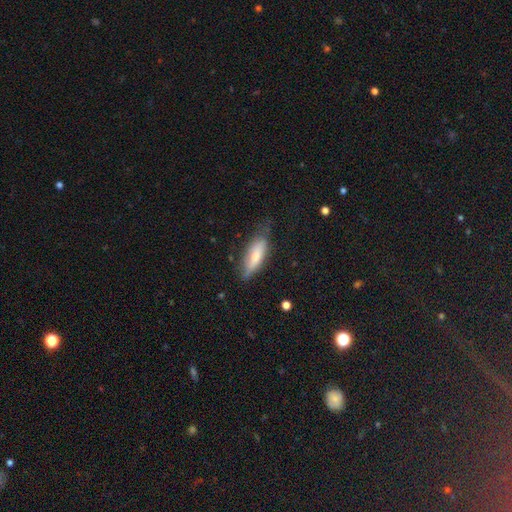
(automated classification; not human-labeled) A smooth galaxy with no disk features (63%) that is in between round and cigar-shaped (55%).

Vote fractions:
- Smooth or featured? smooth: 63% / featured or disk: 30% / star or artifact: 6%
- How rounded? in between: 55% / cigar-shaped: 43% / round: 2%
- Merging? none: 60% / minor disturbance: 29% / major disturbance: 8% / merger: 2%